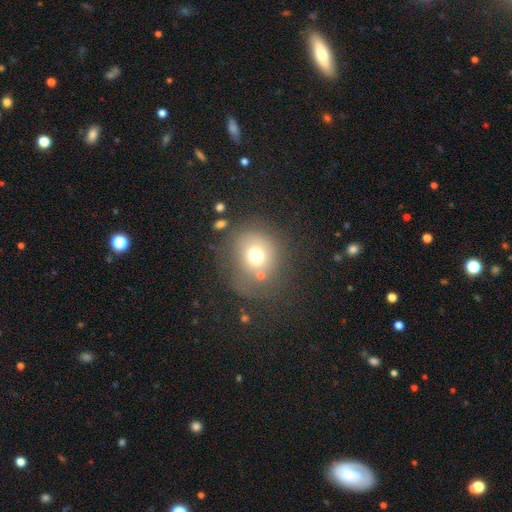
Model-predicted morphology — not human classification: Smooth or featured? smooth (68%)
How rounded? round (79%)
Merging? none (59%)